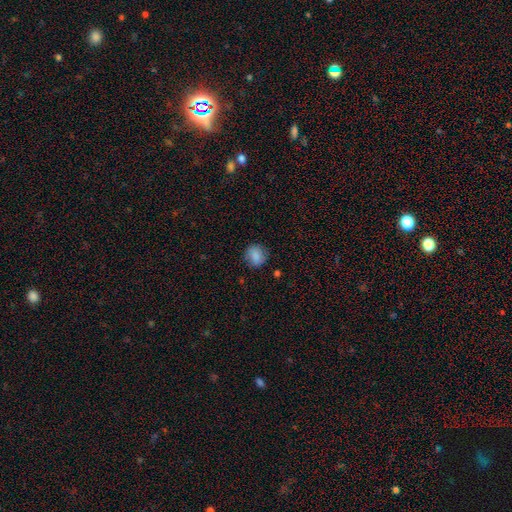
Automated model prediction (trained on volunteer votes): smooth-or-featured: smooth: 83% | star or artifact: 9% | featured or disk: 9%
  how-rounded: round: 75% | in between: 24% | cigar-shaped: 1%
  merging: none: 81% | minor disturbance: 14% | major disturbance: 4% | merger: 1%